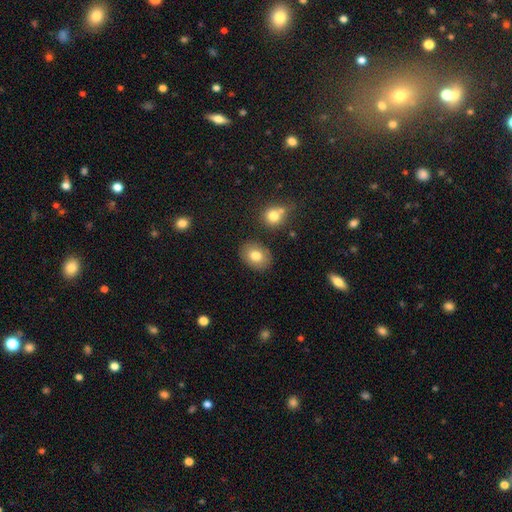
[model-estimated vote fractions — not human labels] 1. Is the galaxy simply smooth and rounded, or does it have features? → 79% smooth, 12% featured or disk, 9% star or artifact.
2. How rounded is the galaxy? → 66% in between, 33% round, 1% cigar-shaped.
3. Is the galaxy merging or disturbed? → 83% none, 10% minor disturbance, 5% merger, 3% major disturbance.